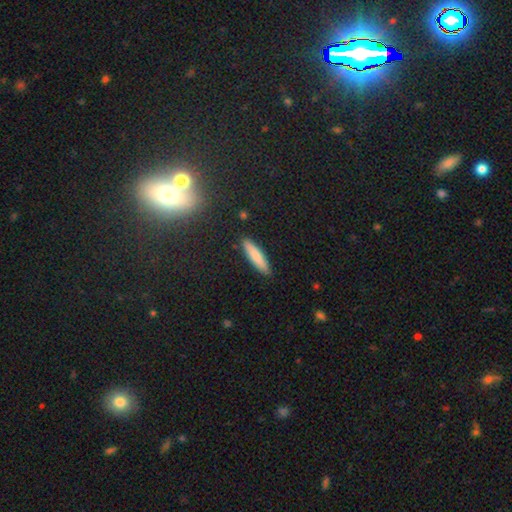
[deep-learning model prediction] This is clearly a smooth galaxy (81%). How rounded: clearly cigar-shaped (81%). Merging: clearly none (90%).